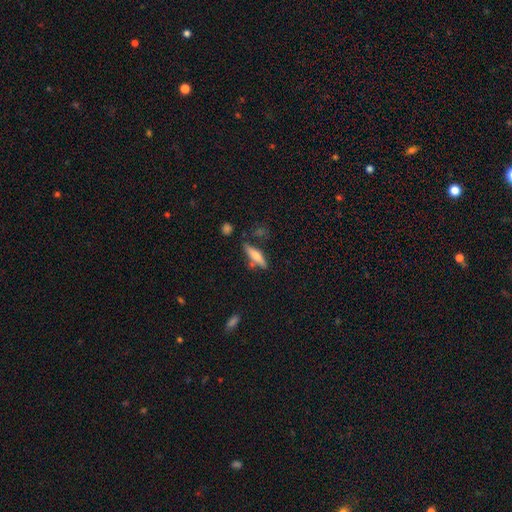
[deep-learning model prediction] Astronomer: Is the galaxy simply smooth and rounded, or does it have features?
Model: smooth — 50% (runner-up: featured or disk, 43%).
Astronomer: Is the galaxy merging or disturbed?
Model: none — 72%.